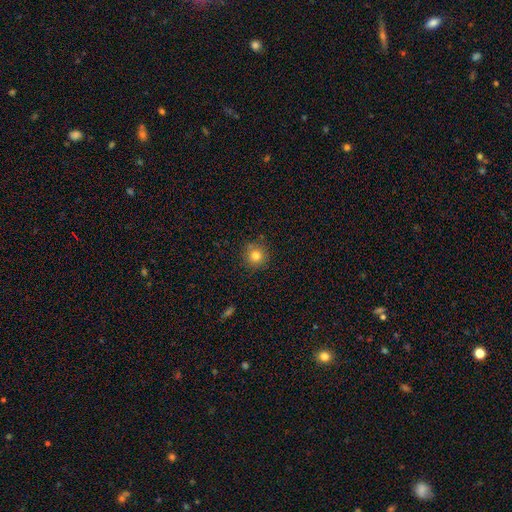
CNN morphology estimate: Smooth or featured?
  - smooth: 80% *
  - star or artifact: 12%
  - featured or disk: 8%
How rounded?
  - round: 93% *
  - in between: 6%
  - cigar-shaped: 1%
Merging?
  - none: 85% *
  - minor disturbance: 10%
  - major disturbance: 3%
  - merger: 2%